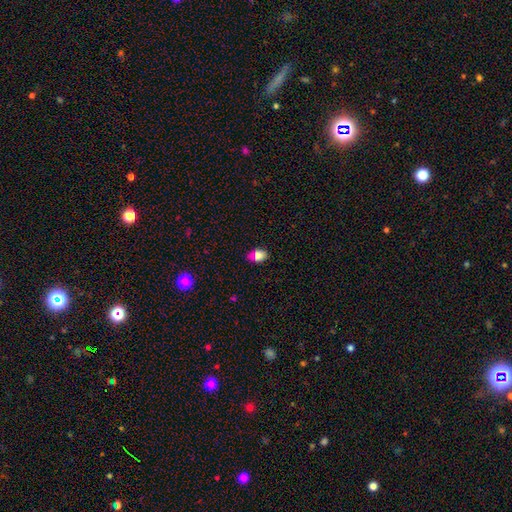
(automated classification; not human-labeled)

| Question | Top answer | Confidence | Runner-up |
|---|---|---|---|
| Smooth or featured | smooth | 79% | star or artifact (14%) |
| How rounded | in between | 81% | round (17%) |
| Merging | none | 75% | minor disturbance (18%) |